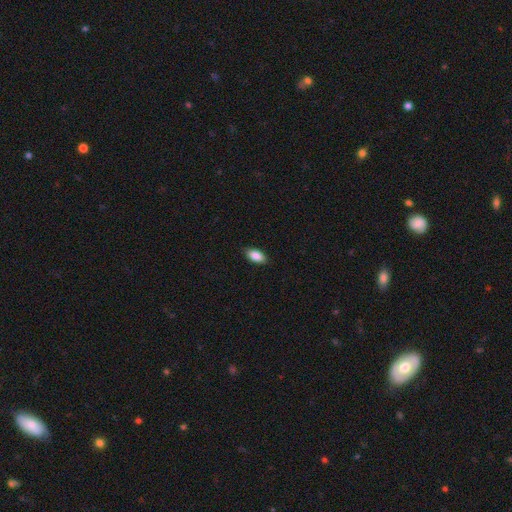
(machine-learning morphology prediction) The model was most divided on "merging": none: 88%, minor disturbance: 9%, major disturbance: 2%, merger: 1%. More confident: how rounded — in between (92%); smooth or featured — smooth (87%).